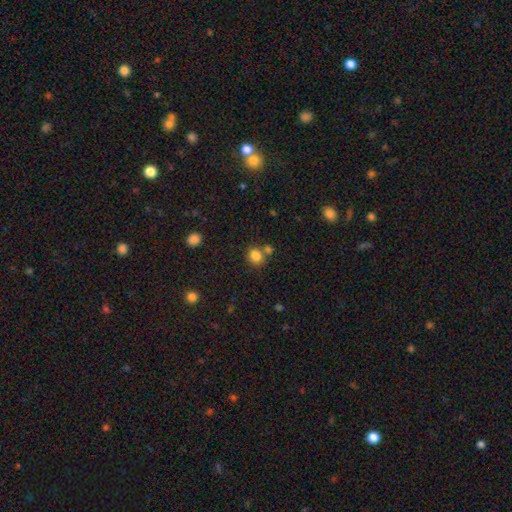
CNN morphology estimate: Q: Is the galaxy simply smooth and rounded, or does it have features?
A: smooth — 83%.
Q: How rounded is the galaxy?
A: round — 60%.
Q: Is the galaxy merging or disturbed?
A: none — 62%.